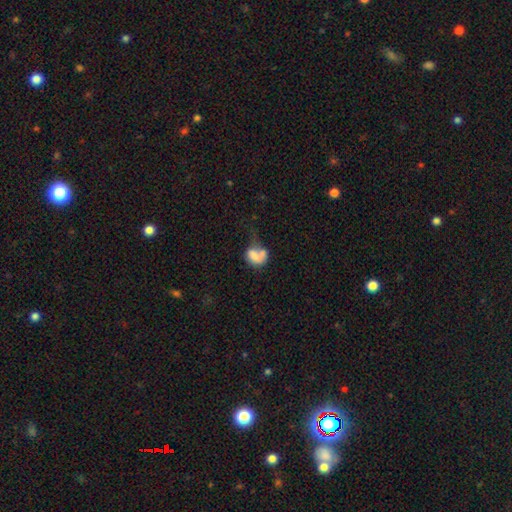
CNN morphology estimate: Q: Smooth or featured?
A: smooth (64%); runner-up: featured or disk (27%)
Q: How rounded?
A: in between (63%); runner-up: round (35%)
Q: Merging?
A: major disturbance (33%); runner-up: merger (29%)